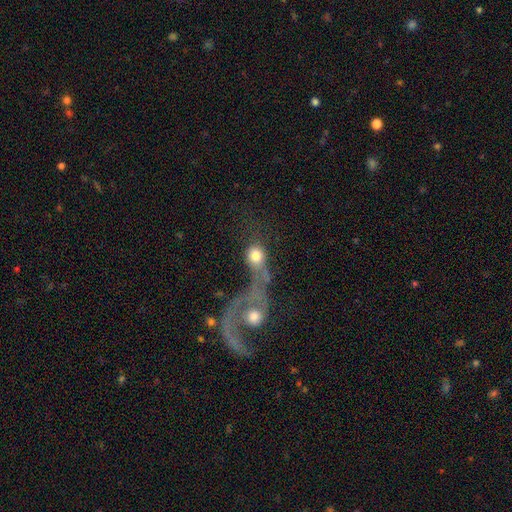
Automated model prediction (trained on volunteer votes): Smooth or featured? smooth (67%)
How rounded? round (67%)
Merging? merger (57%)